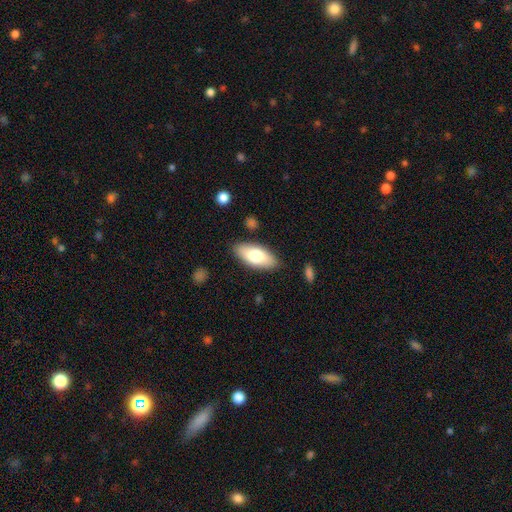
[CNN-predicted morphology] Smooth or featured: smooth — 74% (featured or disk — 20%)
How rounded: in between — 85% (cigar-shaped — 12%)
Merging: none — 85% (minor disturbance — 11%)